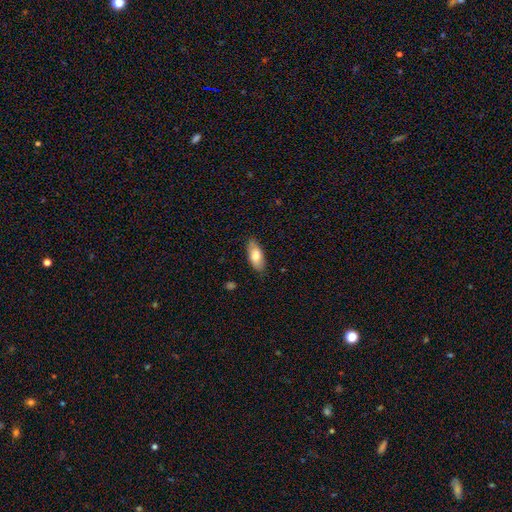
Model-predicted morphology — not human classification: smooth_or_featured: smooth (p=0.76) [alt: featured or disk p=0.18]
how_rounded: in between (p=0.85) [alt: cigar-shaped p=0.13]
merging: none (p=0.85) [alt: minor disturbance p=0.11]